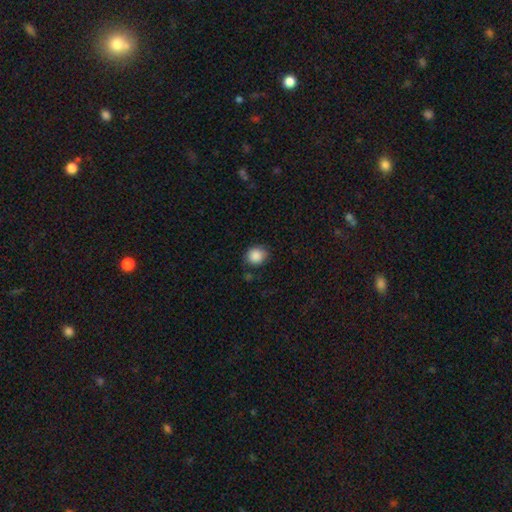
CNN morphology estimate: smooth 88%, star or artifact 9%, featured or disk 3%. Down the decision tree: how rounded — round (76%); merging — none (79%).